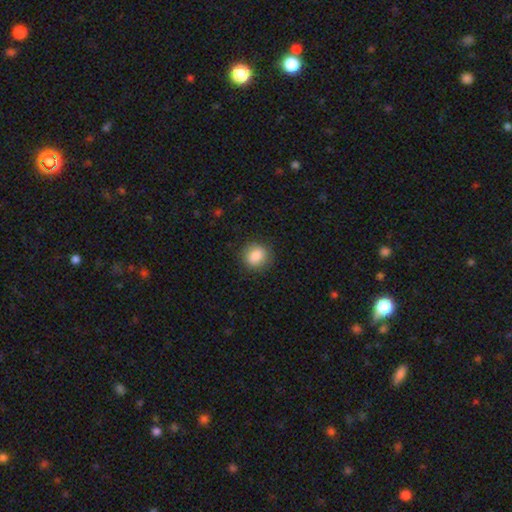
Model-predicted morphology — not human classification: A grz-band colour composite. It shows a smooth galaxy with no disk features (87%) that is round (78%). Merging: none (85%).